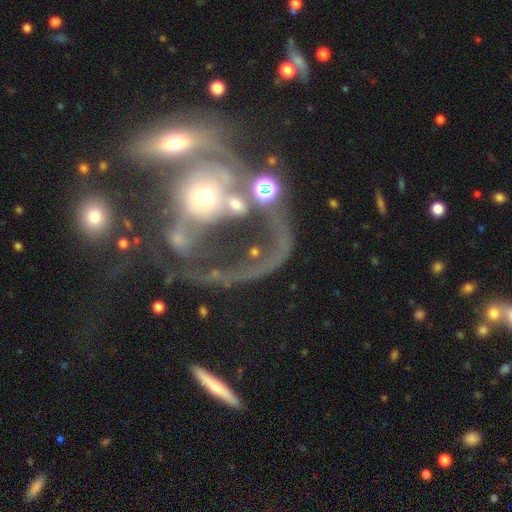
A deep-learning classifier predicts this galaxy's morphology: This is likely a featured or disk galaxy (68%). It is clearly not viewed edge-on (93%). Bar: likely no (76%). Spiral arm pattern: possibly yes (55%). Central bulge: possibly moderate (48%). Merging: possibly merger (45%).